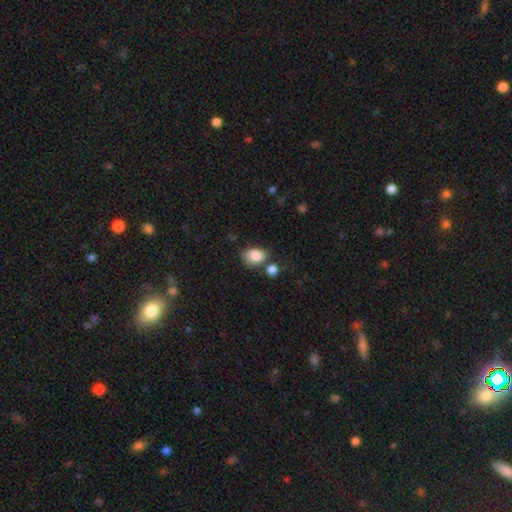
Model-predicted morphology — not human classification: This is clearly a smooth galaxy (84%). How rounded: likely in between (70%). Merging: possibly none (49%).